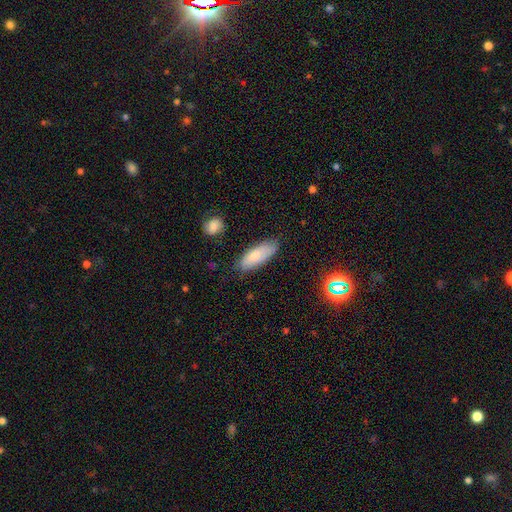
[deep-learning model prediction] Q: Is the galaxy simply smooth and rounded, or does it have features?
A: smooth — 78%.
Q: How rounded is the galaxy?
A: in between — 68%.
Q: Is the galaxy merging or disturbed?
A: none — 77%.